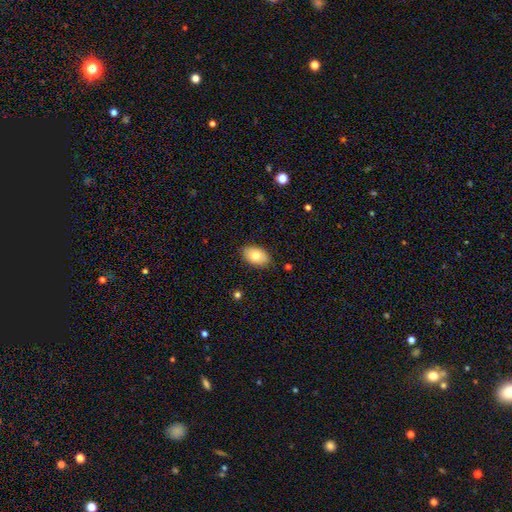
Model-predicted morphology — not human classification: Smooth or featured? smooth (77%)
How rounded? in between (90%)
Merging? none (86%)